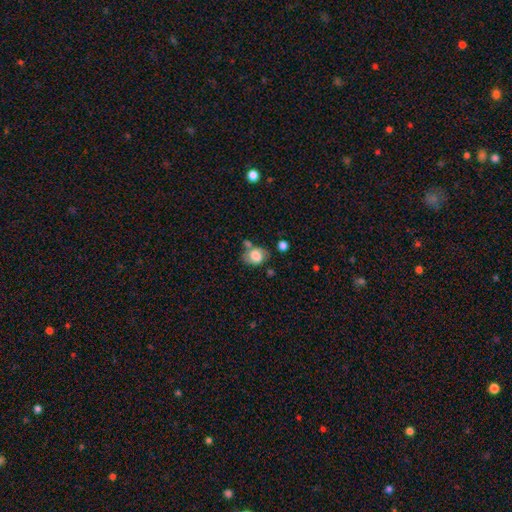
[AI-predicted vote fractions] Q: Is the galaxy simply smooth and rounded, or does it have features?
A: smooth — 63%.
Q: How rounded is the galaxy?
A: in between — 63%.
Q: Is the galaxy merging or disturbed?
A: none — 50%.